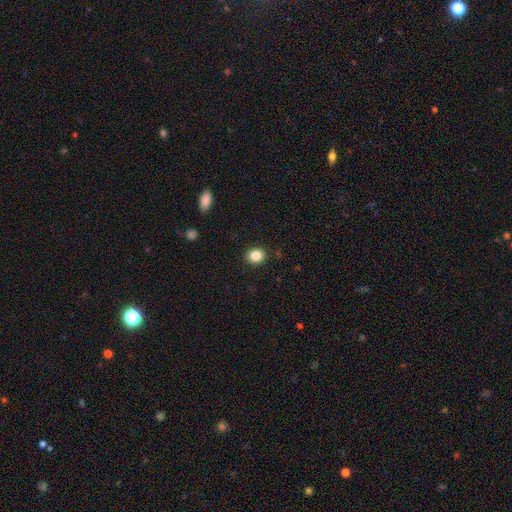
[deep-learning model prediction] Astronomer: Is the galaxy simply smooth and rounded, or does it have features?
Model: smooth — 85%.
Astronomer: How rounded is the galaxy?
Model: round — 65%.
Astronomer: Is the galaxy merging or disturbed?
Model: none — 90%.